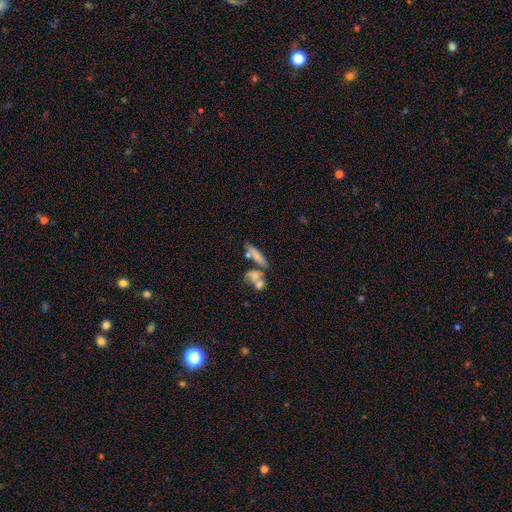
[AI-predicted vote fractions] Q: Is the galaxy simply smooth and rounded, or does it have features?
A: smooth — 67%.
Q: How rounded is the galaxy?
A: cigar-shaped — 61%.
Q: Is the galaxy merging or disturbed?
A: none — 44%.